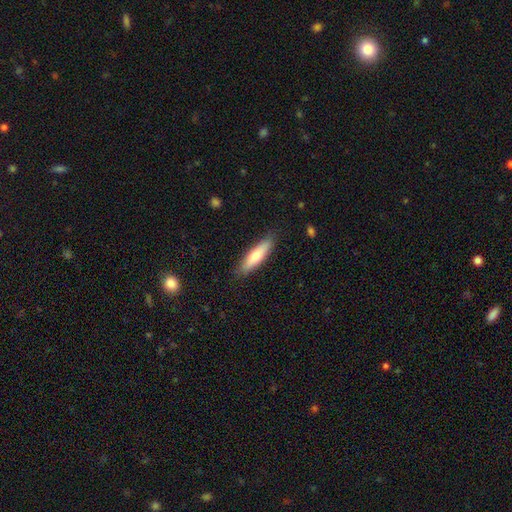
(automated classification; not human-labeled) Q: Smooth or featured?
A: smooth (70%); runner-up: featured or disk (24%)
Q: How rounded?
A: cigar-shaped (67%); runner-up: in between (32%)
Q: Merging?
A: none (86%); runner-up: minor disturbance (11%)